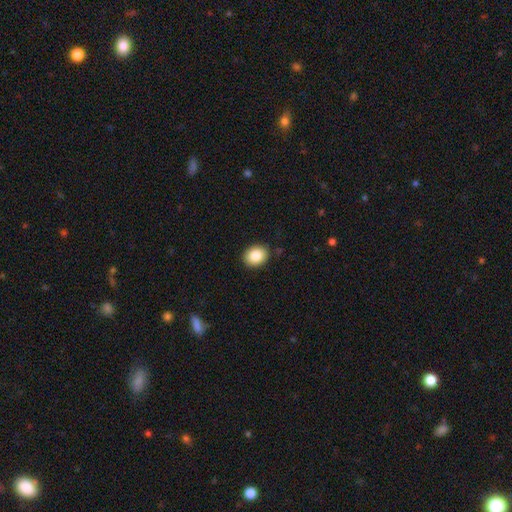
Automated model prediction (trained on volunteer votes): A smooth galaxy with no disk features (85%) that is round (55%). Merging: none (89%).